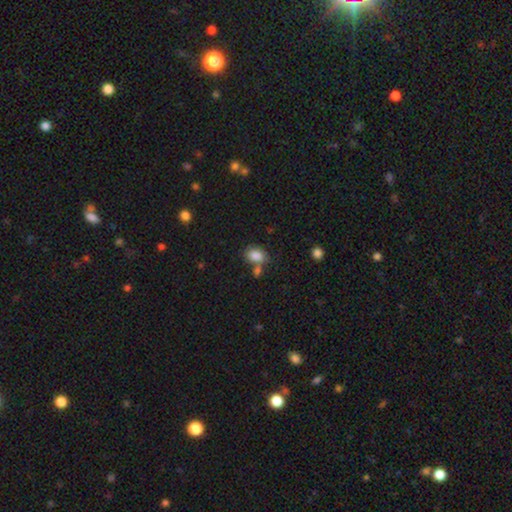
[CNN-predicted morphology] smooth 85%, star or artifact 9%, featured or disk 6%. Down the decision tree: how rounded — in between (81%); merging — none (56%).